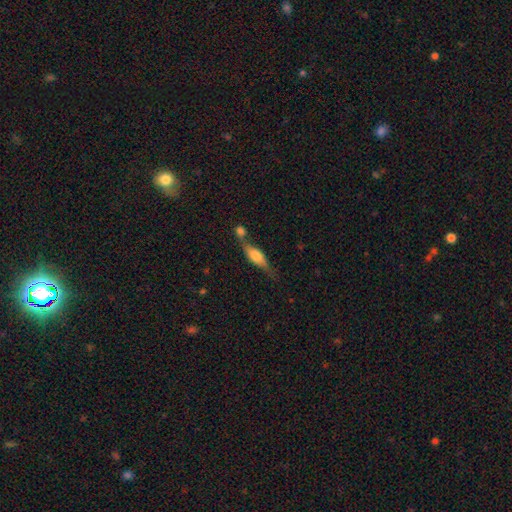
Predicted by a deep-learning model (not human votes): smooth 50%, featured or disk 42%, star or artifact 8%. Down the decision tree: how rounded — in between (56%); merging — none (41%).